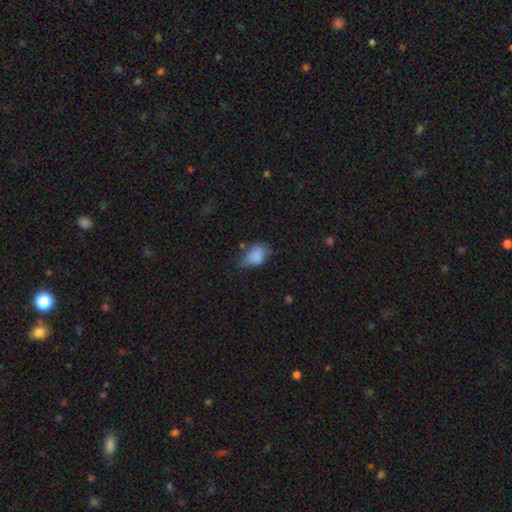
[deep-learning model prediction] Overall: smooth (81%). How rounded: in between (78%). Merging: minor disturbance (44%; none 34%).